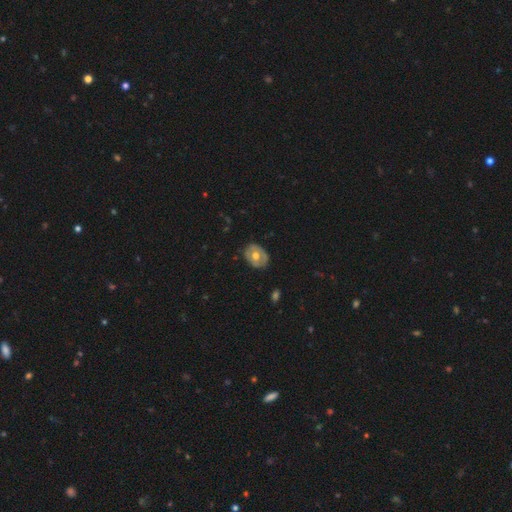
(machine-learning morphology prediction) Smooth or featured? Predicted: featured or disk (p=0.48). Merging? Predicted: none (p=0.80).